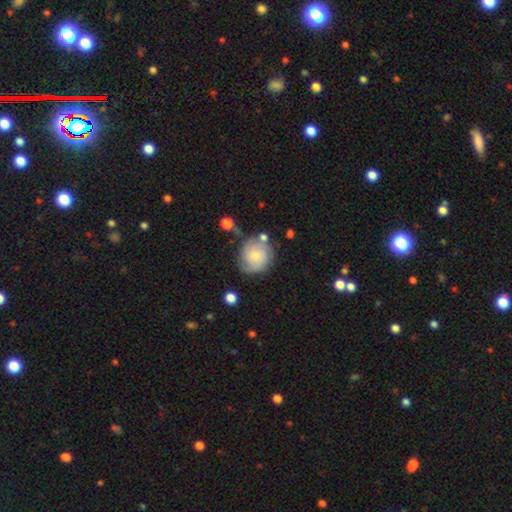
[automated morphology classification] Overall: featured or disk (56%; smooth 37%). Edge-on disk: no (98%). Bar: no (74%). Spiral arms: yes (88%). Bulge size: small (51%; moderate 39%). Merging: none (63%).